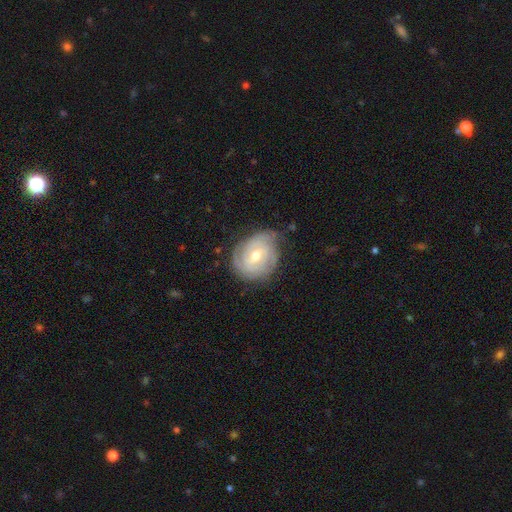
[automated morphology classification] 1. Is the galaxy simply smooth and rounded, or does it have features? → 76% featured or disk, 18% smooth, 6% star or artifact.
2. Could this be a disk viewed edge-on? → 97% no, 3% yes.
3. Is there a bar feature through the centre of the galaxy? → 50% weak, 37% no, 13% strong.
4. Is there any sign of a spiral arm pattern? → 90% yes, 10% no.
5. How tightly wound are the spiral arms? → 71% tight, 23% medium, 6% loose.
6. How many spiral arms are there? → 37% can't tell, 27% 2, 20% 3, 7% 4, 5% 1, 4% more than 4.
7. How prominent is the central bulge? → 64% moderate, 32% small, 2% large, 1% none, 1% dominant.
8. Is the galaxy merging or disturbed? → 68% none, 24% minor disturbance, 7% major disturbance, 1% merger.